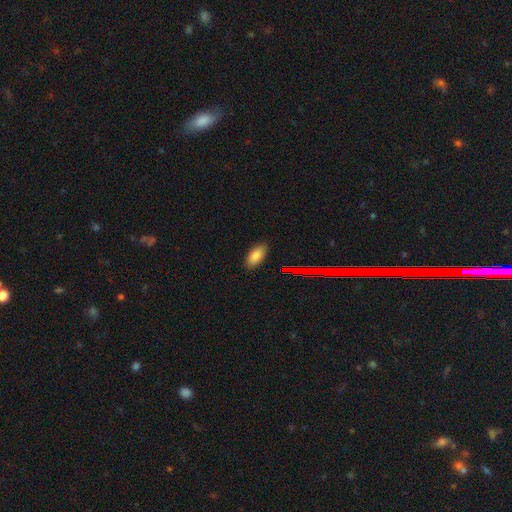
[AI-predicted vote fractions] Q: Smooth or featured?
A: smooth (82%); runner-up: star or artifact (10%)
Q: How rounded?
A: in between (90%); runner-up: cigar-shaped (7%)
Q: Merging?
A: none (88%); runner-up: minor disturbance (9%)